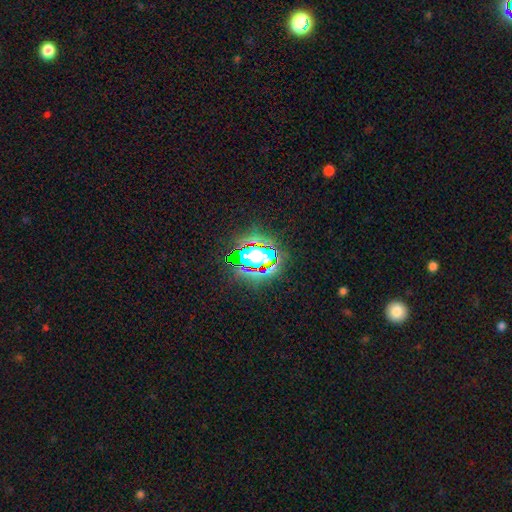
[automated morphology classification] The model was most divided on "smooth or featured": star or artifact: 60%, smooth: 26%, featured or disk: 15%.